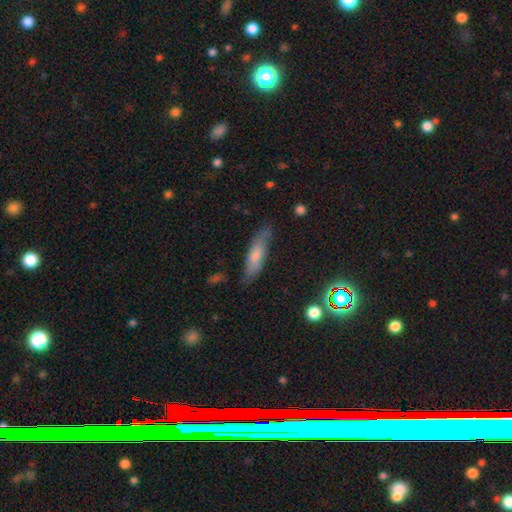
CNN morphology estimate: Smooth or featured? smooth (65%)
How rounded? cigar-shaped (62%)
Merging? none (74%)